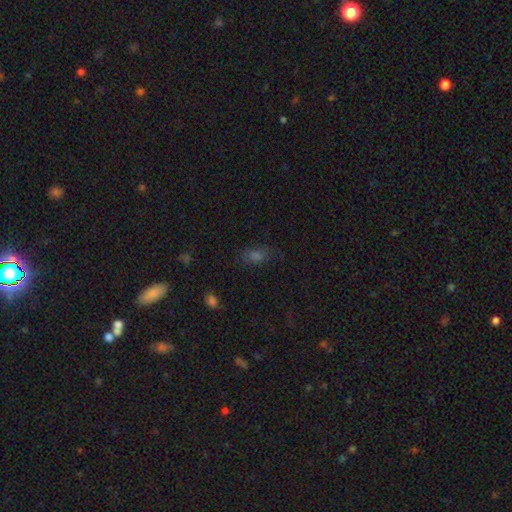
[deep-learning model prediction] Morphology: type=smooth (58%); roundness=in between (78%); merging=none (77%).